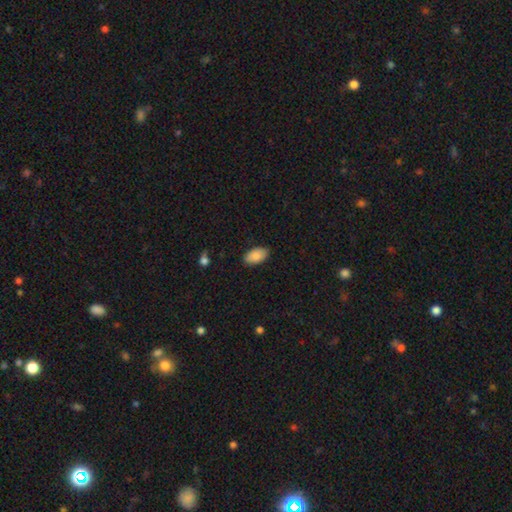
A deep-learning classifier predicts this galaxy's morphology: smooth_or_featured: smooth (p=0.88) [alt: star or artifact p=0.07]
how_rounded: in between (p=0.94) [alt: round p=0.04]
merging: none (p=0.86) [alt: minor disturbance p=0.10]